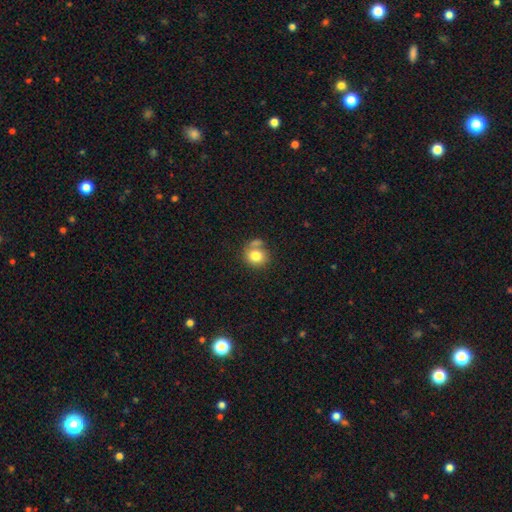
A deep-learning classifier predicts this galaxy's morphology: Overall: smooth (80%). How rounded: round (76%). Merging: none (54%; merger 24%).